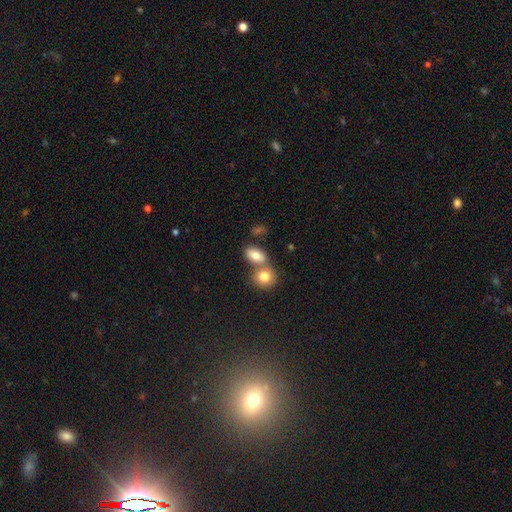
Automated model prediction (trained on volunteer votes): Q: Smooth or featured?
A: smooth (80%); runner-up: featured or disk (11%)
Q: How rounded?
A: in between (79%); runner-up: round (18%)
Q: Merging?
A: merger (47%); runner-up: none (41%)